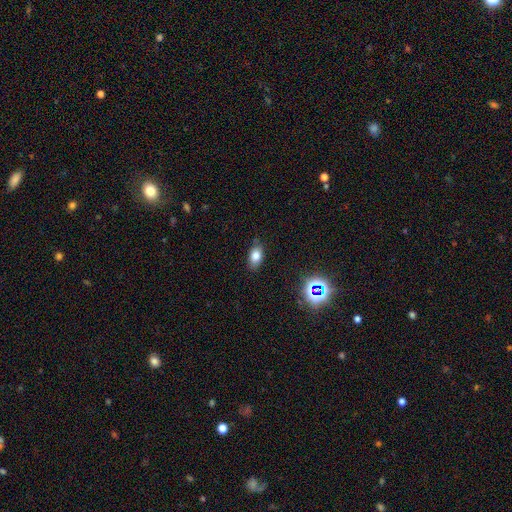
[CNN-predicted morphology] smooth-or-featured: smooth: 78% | star or artifact: 13% | featured or disk: 9%
  how-rounded: in between: 88% | round: 9% | cigar-shaped: 3%
  merging: none: 80% | minor disturbance: 15% | major disturbance: 3% | merger: 2%